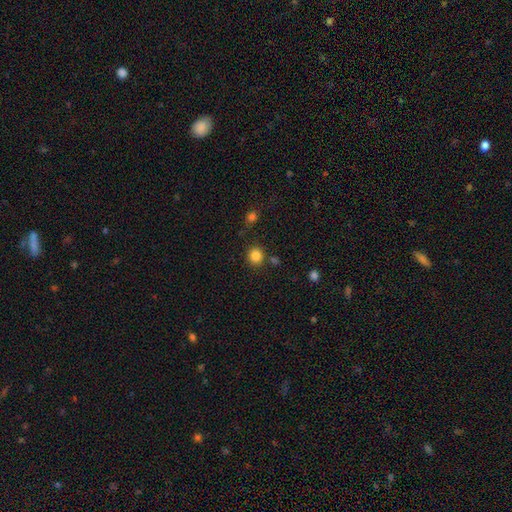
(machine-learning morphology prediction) Smooth or featured: smooth — 84% (star or artifact — 12%)
How rounded: round — 86% (in between — 13%)
Merging: none — 81% (minor disturbance — 9%)